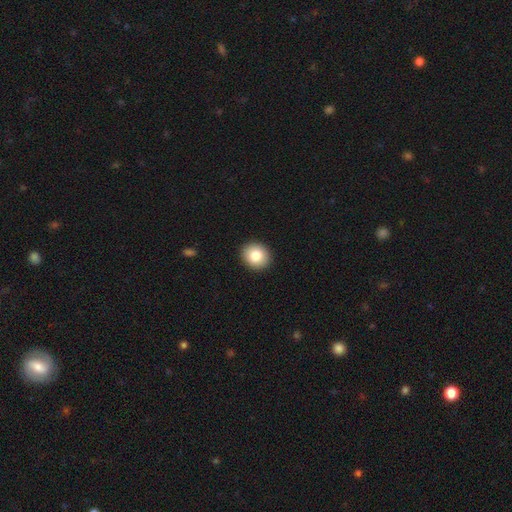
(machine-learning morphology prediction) smooth-or-featured: smooth: 84% | star or artifact: 8% | featured or disk: 7%
  how-rounded: round: 73% | in between: 26% | cigar-shaped: 1%
  merging: none: 92% | minor disturbance: 5% | major disturbance: 2% | merger: 1%